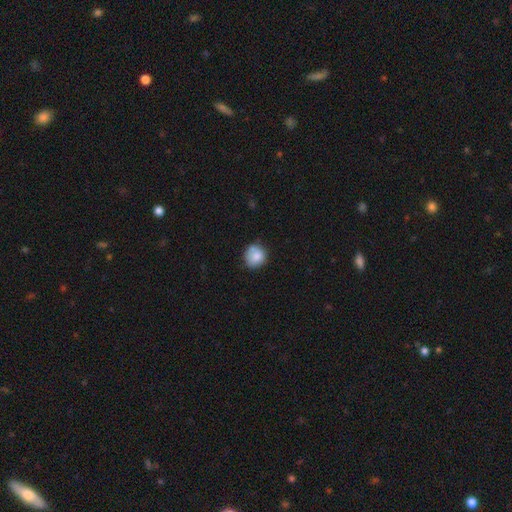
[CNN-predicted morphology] Smooth or featured: smooth — 82% (featured or disk — 10%)
How rounded: round — 85% (in between — 14%)
Merging: none — 67% (minor disturbance — 24%)